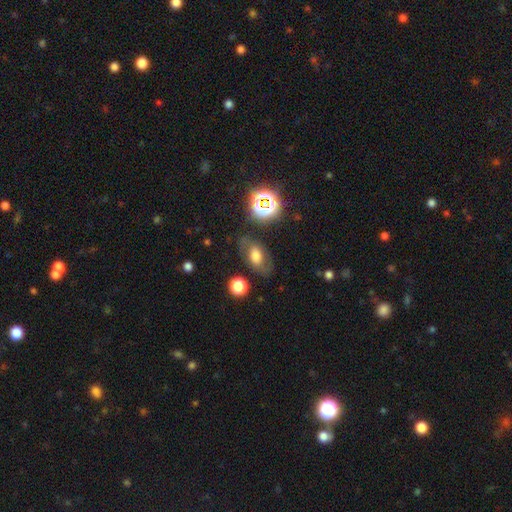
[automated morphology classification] The model was most divided on "smooth or featured": smooth: 50%, featured or disk: 35%, star or artifact: 15%. More confident: merging — none (69%).